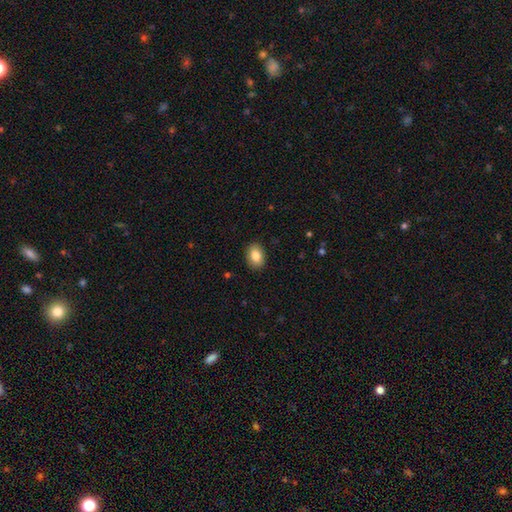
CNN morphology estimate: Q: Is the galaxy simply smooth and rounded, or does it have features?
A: smooth — 85%.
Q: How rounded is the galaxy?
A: in between — 79%.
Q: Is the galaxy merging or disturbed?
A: none — 89%.